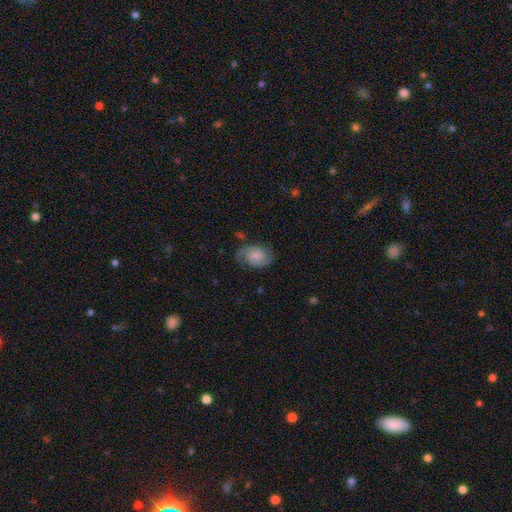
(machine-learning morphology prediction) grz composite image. It shows a featured or disk galaxy (71%) with a weak bar (47%), 2 (85%) medium (49%) spiral arms (94%) and a small central bulge (38%). Merging: none (72%).